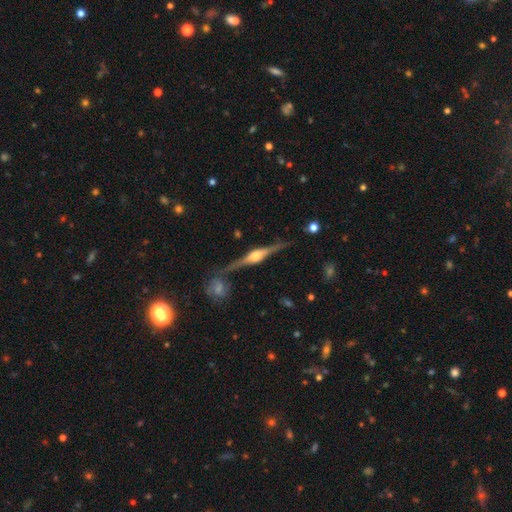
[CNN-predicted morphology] type=featured or disk (86%); edge-on=yes (98%); edge-on bulge=rounded (90%); merging=none (81%).